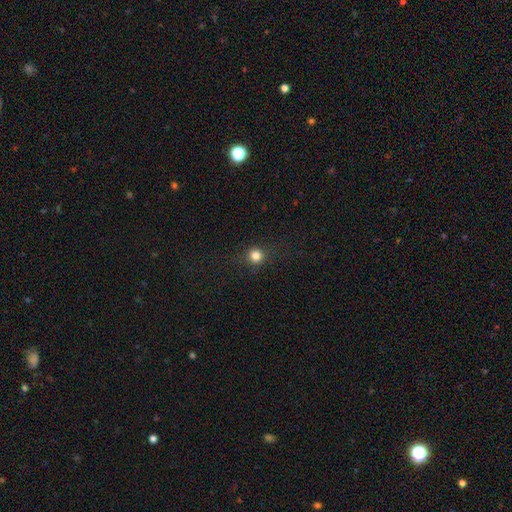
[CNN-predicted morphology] The model was most divided on "smooth or featured": smooth: 79%, star or artifact: 15%, featured or disk: 6%. More confident: how rounded — round (92%); merging — none (86%).